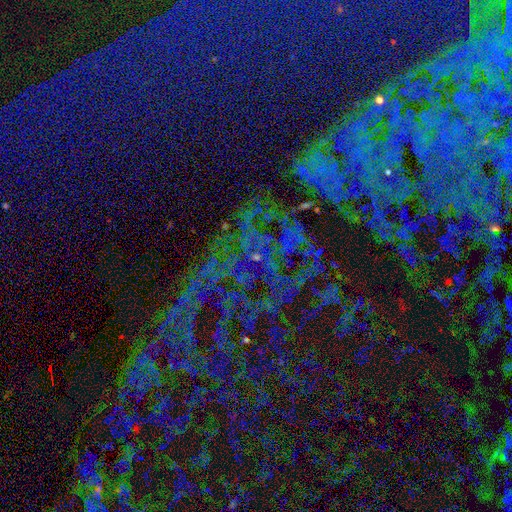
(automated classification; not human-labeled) This is clearly a star or artifact rather than a galaxy (82%).